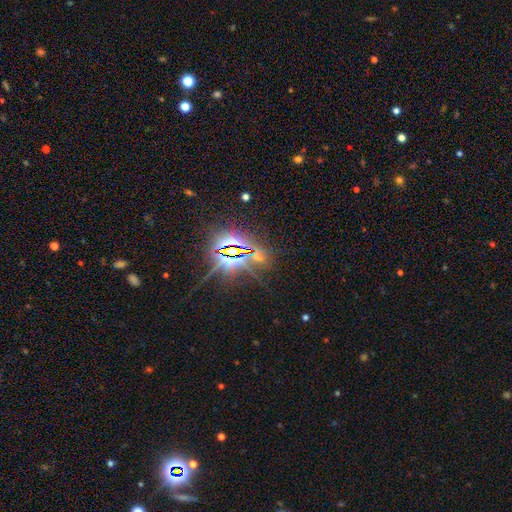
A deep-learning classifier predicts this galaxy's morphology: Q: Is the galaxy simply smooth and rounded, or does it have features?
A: star or artifact — 82%.